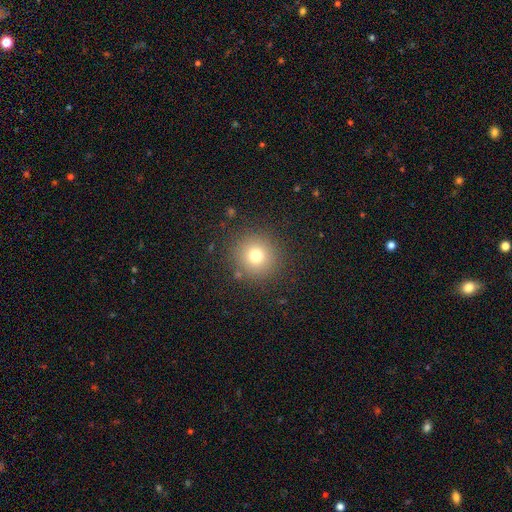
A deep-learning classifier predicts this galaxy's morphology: smooth-or-featured: smooth: 74% | star or artifact: 15% | featured or disk: 11%
  how-rounded: round: 95% | in between: 4% | cigar-shaped: 1%
  merging: none: 88% | minor disturbance: 7% | major disturbance: 3% | merger: 2%